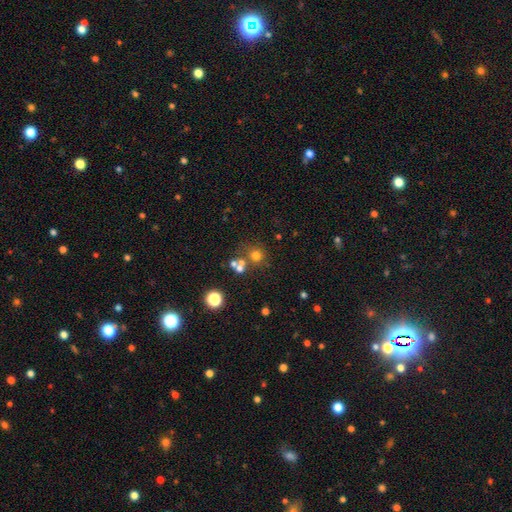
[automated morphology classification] Smooth or featured? smooth (66%)
How rounded? round (89%)
Merging? none (62%)